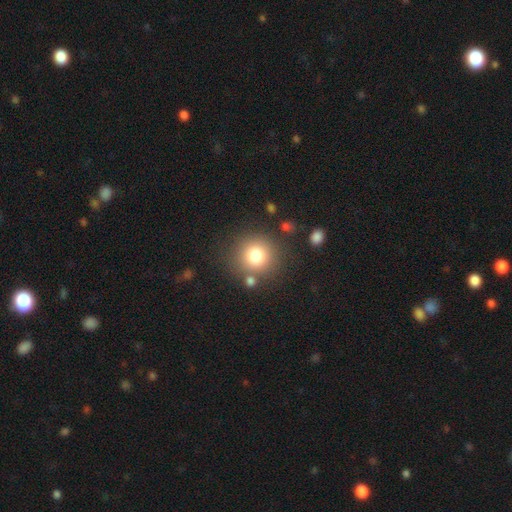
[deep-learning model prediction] A smooth galaxy with no disk features (79%) that is round (92%).

Vote fractions:
- Smooth or featured? smooth: 79% / star or artifact: 12% / featured or disk: 9%
- How rounded? round: 92% / in between: 7% / cigar-shaped: 1%
- Merging? none: 79% / minor disturbance: 9% / merger: 7% / major disturbance: 4%